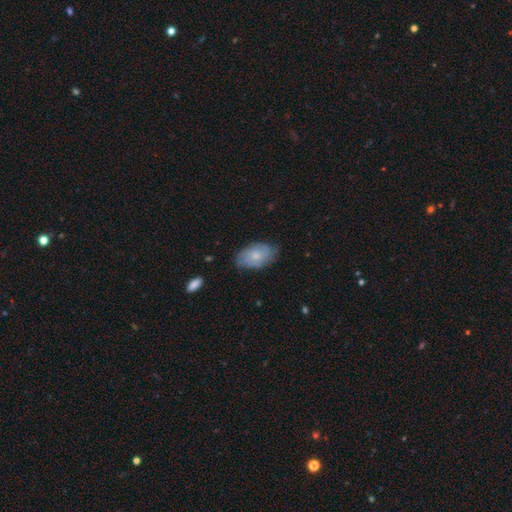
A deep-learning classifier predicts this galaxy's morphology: A smooth galaxy with no disk features (52%) that is in between round and cigar-shaped (92%). Merging: none (73%).